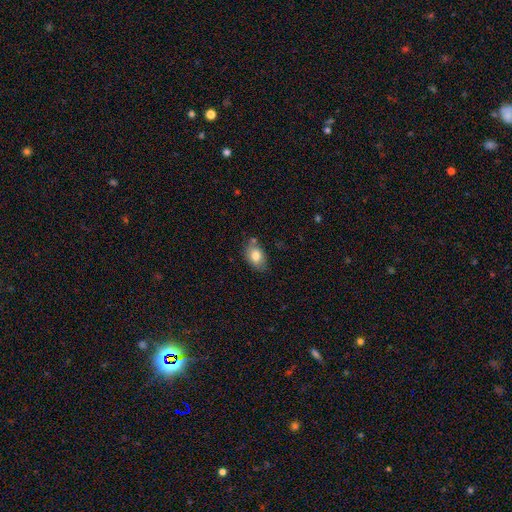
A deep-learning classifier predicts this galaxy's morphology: This is clearly a smooth galaxy (80%). How rounded: clearly in between (84%). Merging: likely none (73%).